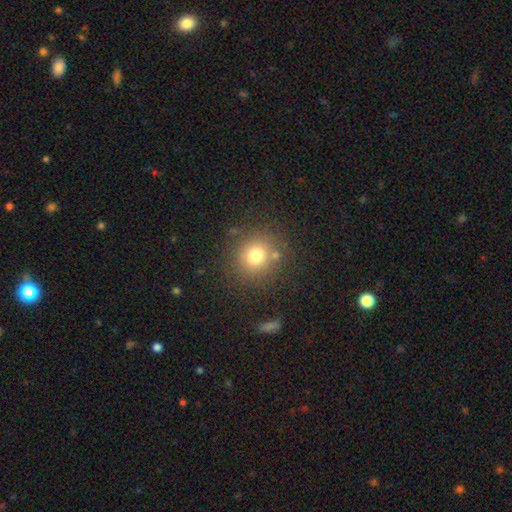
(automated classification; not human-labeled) smooth_or_featured: smooth (p=0.75) [alt: star or artifact p=0.15]
how_rounded: round (p=0.88) [alt: in between p=0.11]
merging: none (p=0.80) [alt: minor disturbance p=0.10]